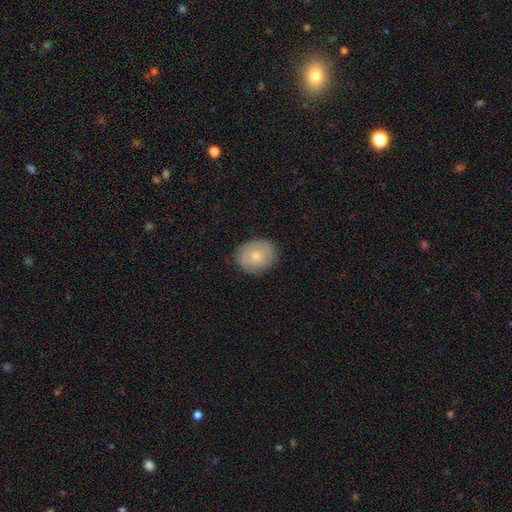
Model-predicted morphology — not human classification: type=smooth (73%); roundness=round (53%); merging=none (84%).